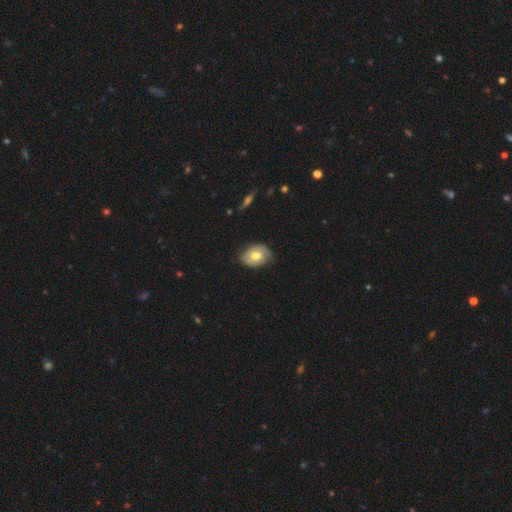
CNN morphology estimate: Smooth or featured? smooth (57%)
How rounded? in between (67%)
Merging? none (64%)